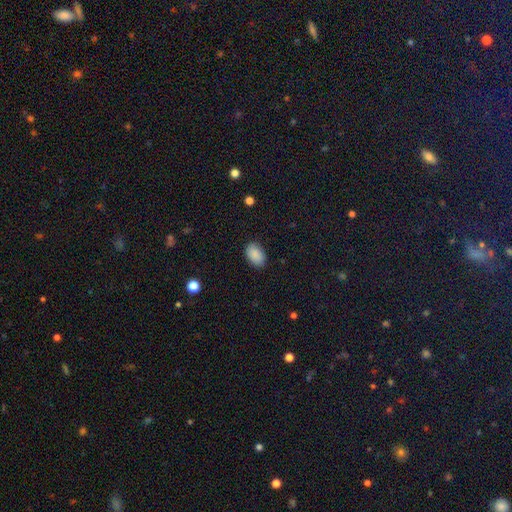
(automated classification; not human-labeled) smooth_or_featured: smooth (p=0.89) [alt: star or artifact p=0.07]
how_rounded: in between (p=0.89) [alt: round p=0.10]
merging: none (p=0.87) [alt: minor disturbance p=0.10]